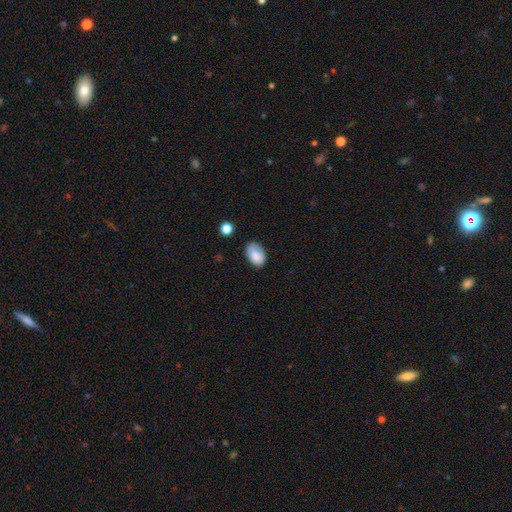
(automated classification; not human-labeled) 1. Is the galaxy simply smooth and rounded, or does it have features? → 84% smooth, 8% featured or disk, 7% star or artifact.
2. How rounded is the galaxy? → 90% in between, 9% round, 1% cigar-shaped.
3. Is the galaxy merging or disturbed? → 70% none, 22% minor disturbance, 5% major disturbance, 2% merger.